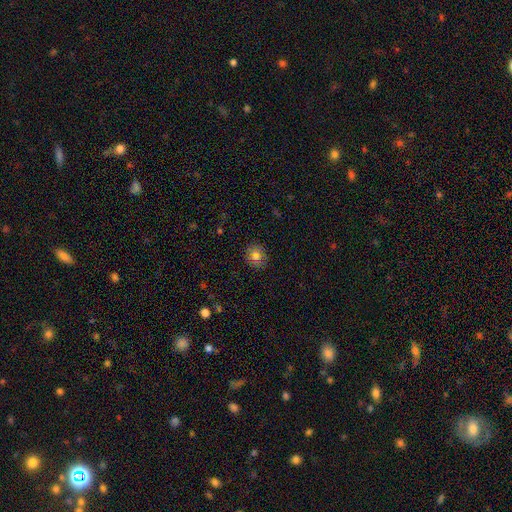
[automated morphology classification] type=smooth (76%); roundness=round (79%); merging=none (87%).